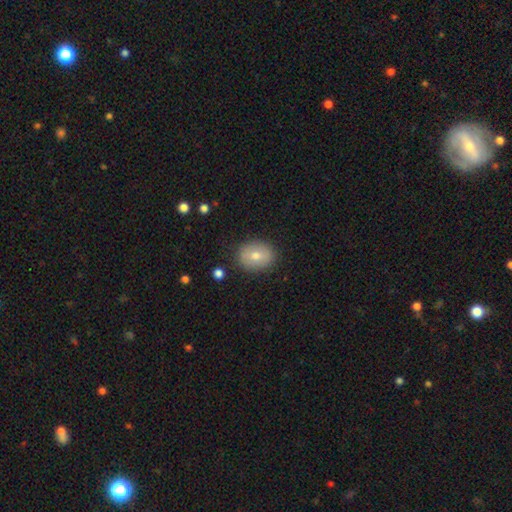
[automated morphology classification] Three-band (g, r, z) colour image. It shows a smooth galaxy with no disk features (72%) that is round (53%). Merging: none (85%).